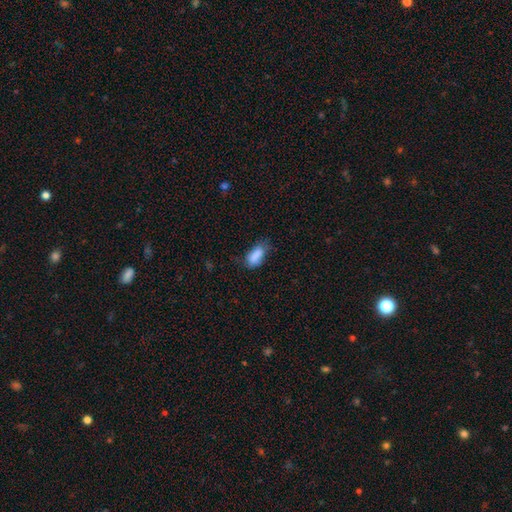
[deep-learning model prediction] This appears to be a smooth galaxy with no disk features (84%) that is in between round and cigar-shaped (84%). Merging: none (55%).